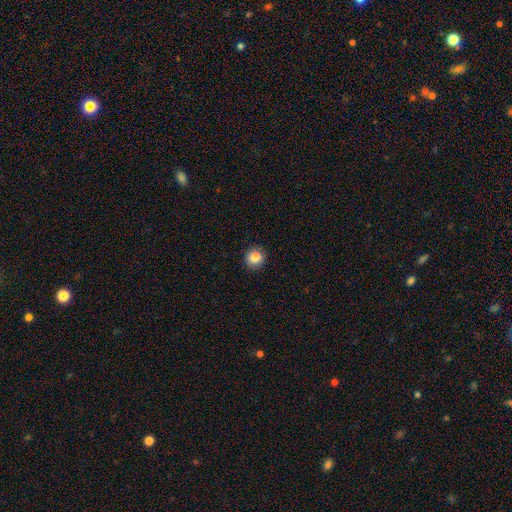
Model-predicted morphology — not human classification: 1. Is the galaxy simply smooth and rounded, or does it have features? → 84% smooth, 10% star or artifact, 6% featured or disk.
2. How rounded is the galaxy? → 89% round, 10% in between, 1% cigar-shaped.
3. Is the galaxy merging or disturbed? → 90% none, 7% minor disturbance, 2% major disturbance, 1% merger.